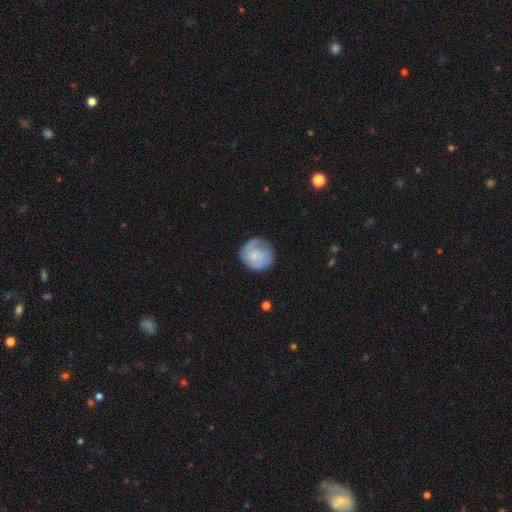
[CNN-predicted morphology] Smooth or featured? featured or disk (51%)
Edge-on disk? no (98%)
Bar? no (73%)
Spiral arms? yes (81%)
Bulge size? small (49%)
Merging? none (66%)